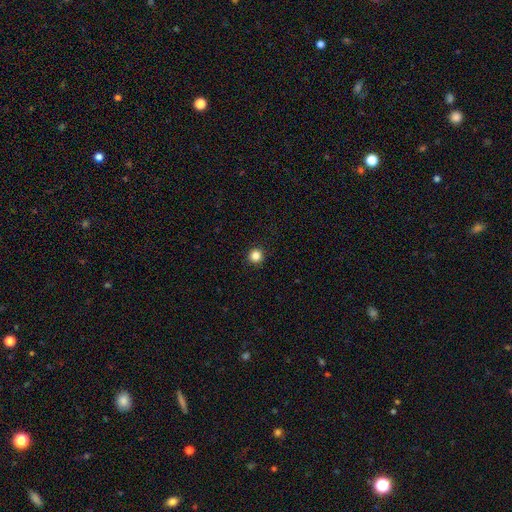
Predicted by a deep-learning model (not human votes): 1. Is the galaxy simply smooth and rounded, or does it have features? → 85% smooth, 12% star or artifact, 3% featured or disk.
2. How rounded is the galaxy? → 96% round, 3% in between, 1% cigar-shaped.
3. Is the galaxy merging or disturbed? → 93% none, 4% minor disturbance, 2% major disturbance, 1% merger.